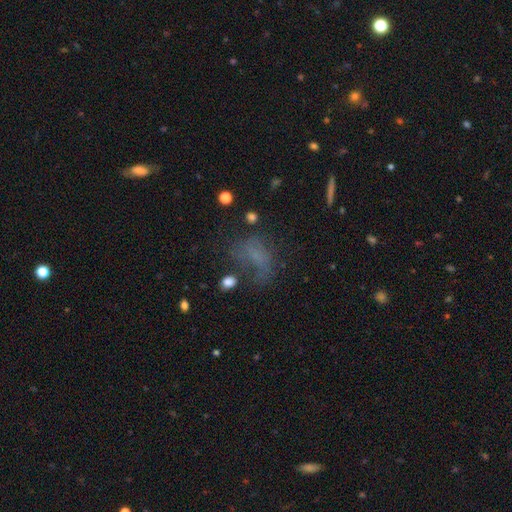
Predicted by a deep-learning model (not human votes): smooth-or-featured: smooth: 47% | featured or disk: 29% | star or artifact: 24%
  merging: none: 36% | major disturbance: 35% | minor disturbance: 22% | merger: 7%